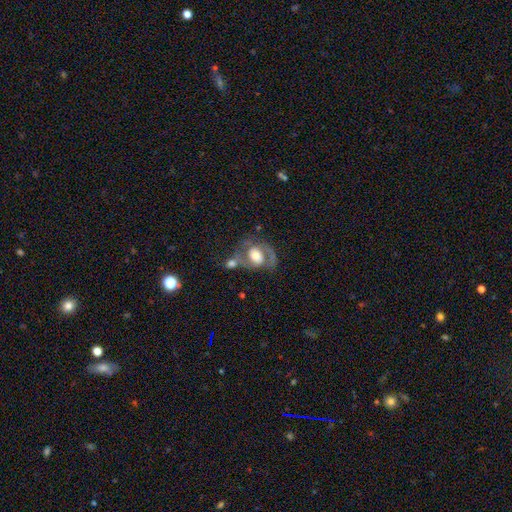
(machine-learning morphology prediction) Q: Smooth or featured?
A: featured or disk (62%); runner-up: smooth (31%)
Q: Edge-on disk?
A: no (96%); runner-up: yes (4%)
Q: Bar?
A: no (62%); runner-up: weak (28%)
Q: Spiral arms?
A: yes (71%); runner-up: no (29%)
Q: Bulge size?
A: moderate (46%); runner-up: large (36%)
Q: Merging?
A: none (34%); runner-up: merger (30%)